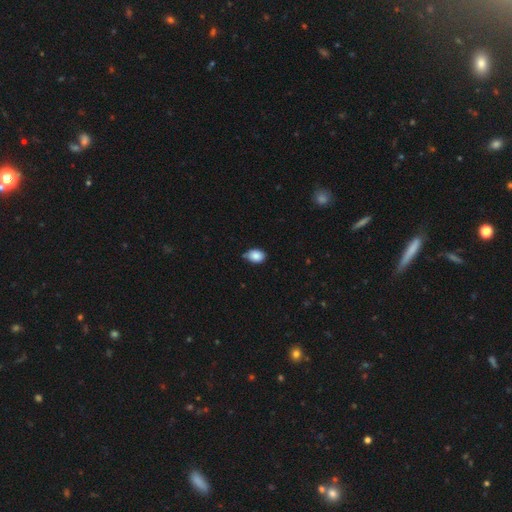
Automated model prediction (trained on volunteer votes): smooth 87%, star or artifact 8%, featured or disk 4%. Down the decision tree: how rounded — in between (72%); merging — none (63%).